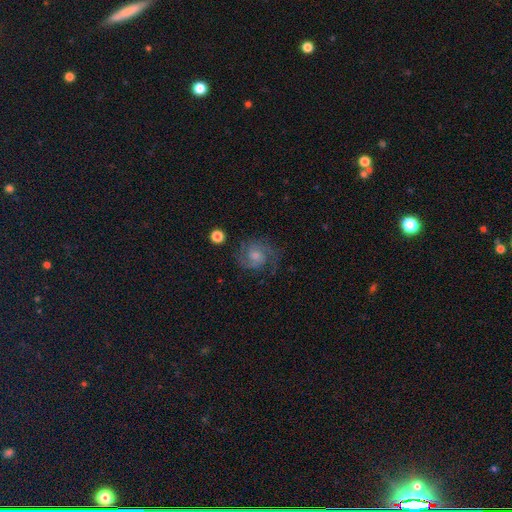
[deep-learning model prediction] This is likely a featured or disk galaxy (75%). It is clearly not viewed edge-on (98%). Bar: likely no (65%). Spiral arm pattern: clearly yes (95%). Spiral arm count: likely 2 (77%). Spiral winding: possibly medium (50%). Central bulge: marginally moderate (42%). Merging: likely none (69%).